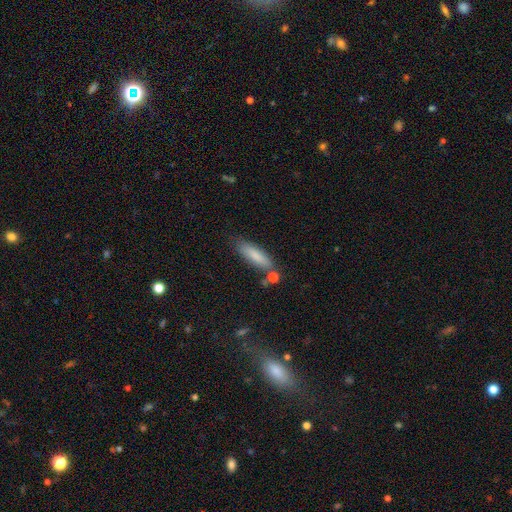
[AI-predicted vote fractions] This is clearly a smooth galaxy (82%). How rounded: likely cigar-shaped (61%). Merging: likely none (73%).